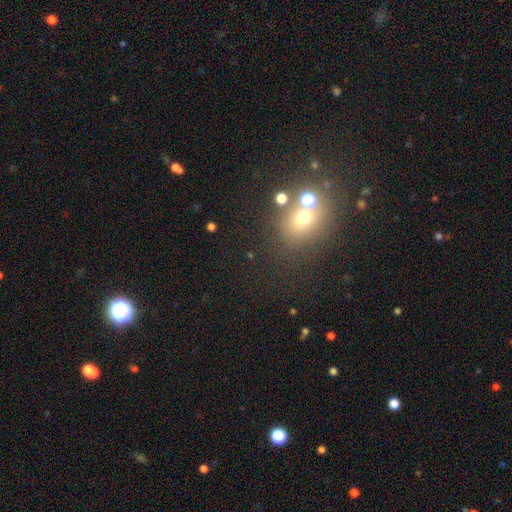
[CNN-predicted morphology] Smooth or featured? smooth (48%)
Merging? none (59%)